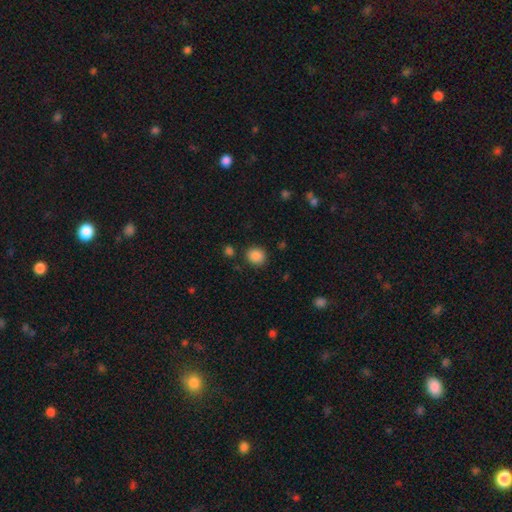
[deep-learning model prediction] A smooth galaxy with no disk features (87%) that is round (79%). Merging: none (86%).